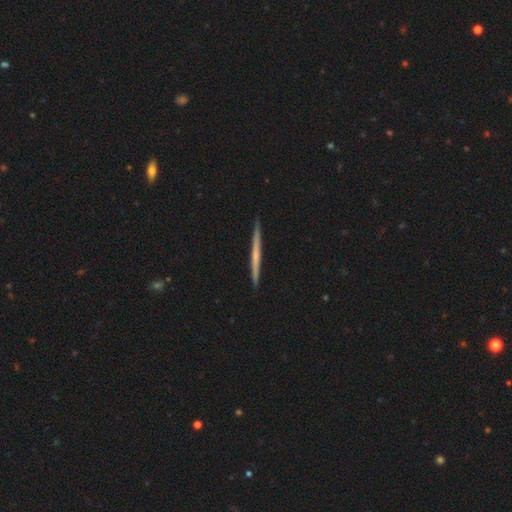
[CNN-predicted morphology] smooth_or_featured: featured or disk (p=0.56) [alt: smooth p=0.39]
disk_edge_on: yes (p=0.98) [alt: no p=0.02]
edge_on_bulge: none (p=0.81) [alt: rounded p=0.15]
merging: none (p=0.92) [alt: minor disturbance p=0.06]